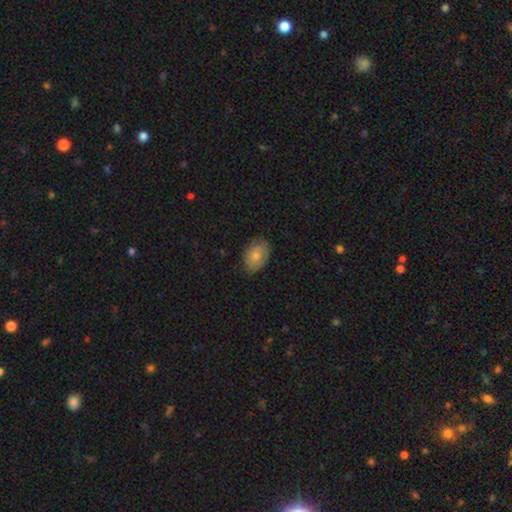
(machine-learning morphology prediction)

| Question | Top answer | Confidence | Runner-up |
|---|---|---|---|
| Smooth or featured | smooth | 72% | featured or disk (22%) |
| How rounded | in between | 85% | round (14%) |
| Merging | none | 74% | minor disturbance (21%) |